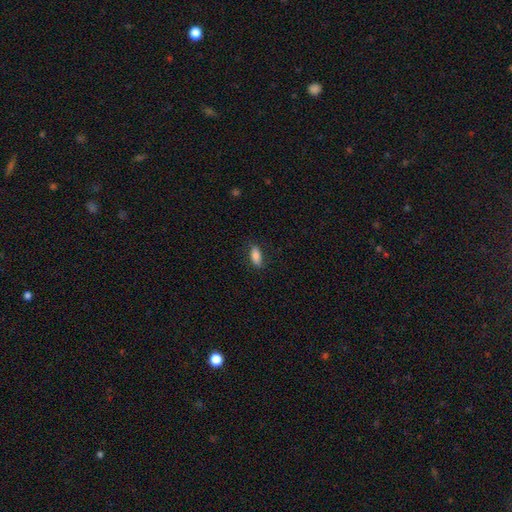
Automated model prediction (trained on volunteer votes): Overall: smooth (83%). How rounded: in between (85%). Merging: none (78%).